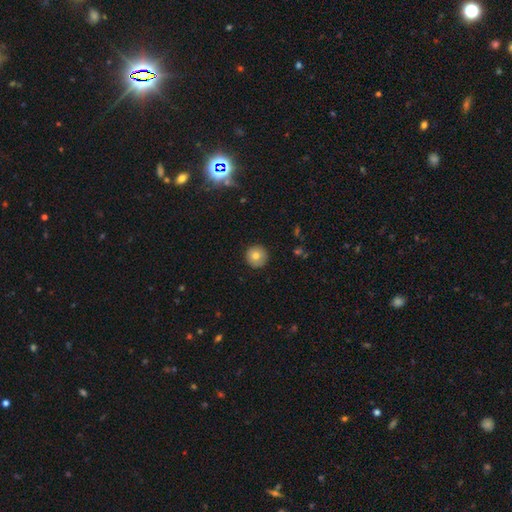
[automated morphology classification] smooth_or_featured: smooth (p=0.77) [alt: featured or disk p=0.14]
how_rounded: round (p=0.96) [alt: in between p=0.03]
merging: none (p=0.92) [alt: minor disturbance p=0.06]